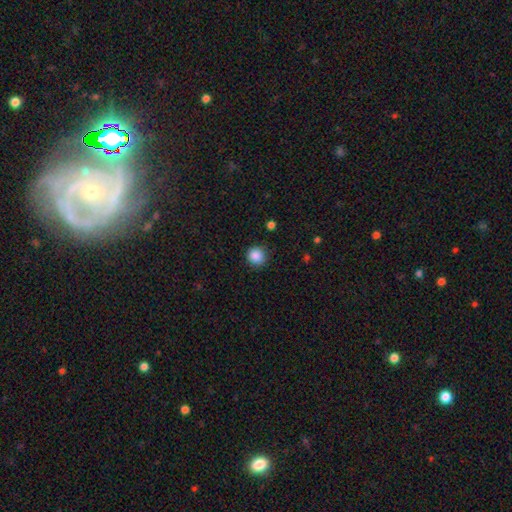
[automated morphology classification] The model was most divided on "smooth or featured": smooth: 87%, star or artifact: 10%, featured or disk: 3%. More confident: how rounded — round (94%); merging — none (88%).